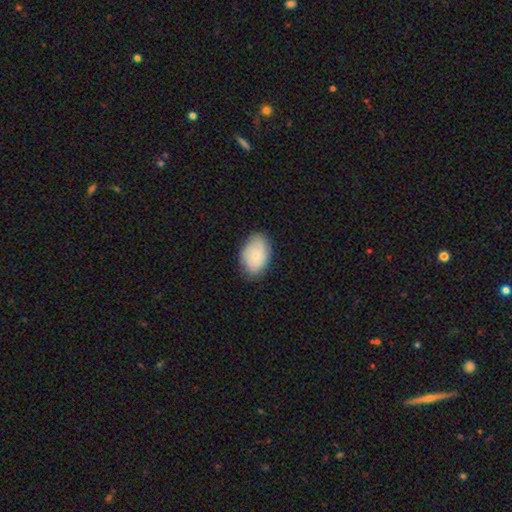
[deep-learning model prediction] Smooth or featured?
  - smooth: 65% *
  - featured or disk: 28%
  - star or artifact: 7%
How rounded?
  - in between: 82% *
  - round: 17%
  - cigar-shaped: 1%
Merging?
  - none: 77% *
  - minor disturbance: 18%
  - major disturbance: 4%
  - merger: 1%